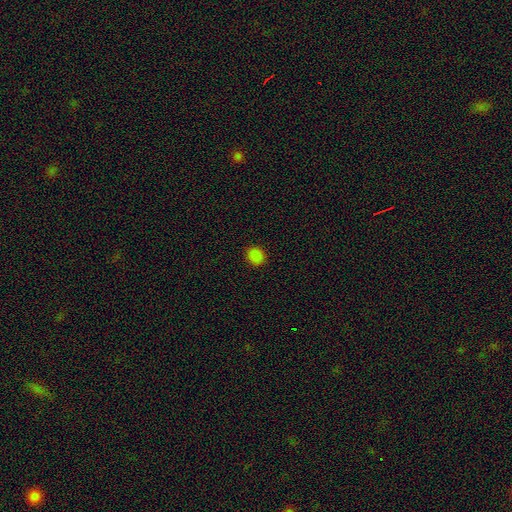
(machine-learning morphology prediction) smooth 84%, star or artifact 13%, featured or disk 3%. Down the decision tree: how rounded — round (78%); merging — none (90%).